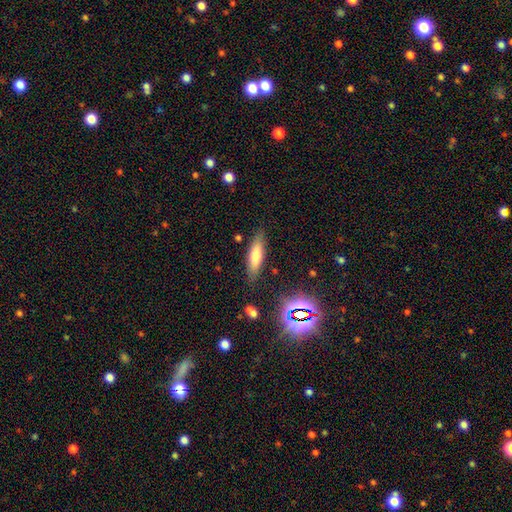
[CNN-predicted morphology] smooth 68%, featured or disk 21%, star or artifact 11%. Down the decision tree: how rounded — cigar-shaped (62%); merging — none (82%).